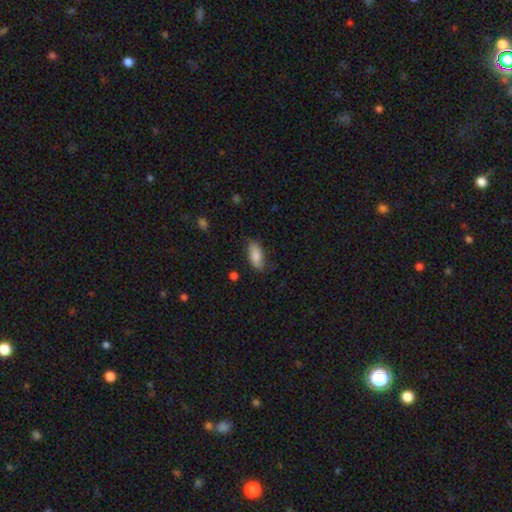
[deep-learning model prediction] Smooth or featured? smooth (81%)
How rounded? in between (86%)
Merging? none (68%)